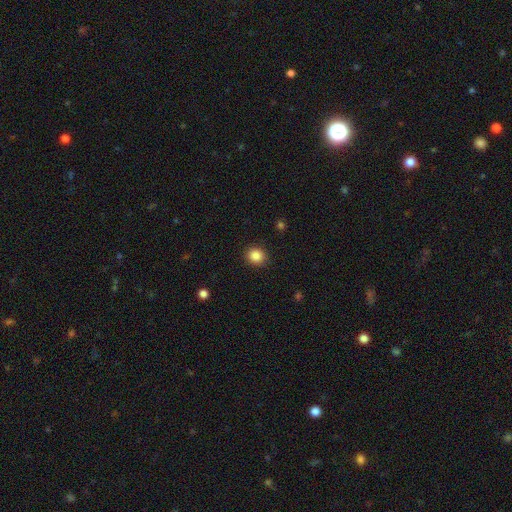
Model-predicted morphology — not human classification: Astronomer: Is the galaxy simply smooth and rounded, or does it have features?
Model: smooth — 86%.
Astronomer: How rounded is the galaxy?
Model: round — 82%.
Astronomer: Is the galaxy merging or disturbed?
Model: none — 91%.